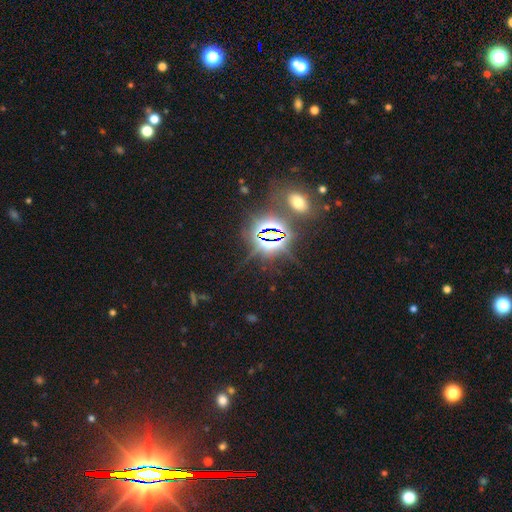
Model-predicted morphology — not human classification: type=star or artifact (83%).